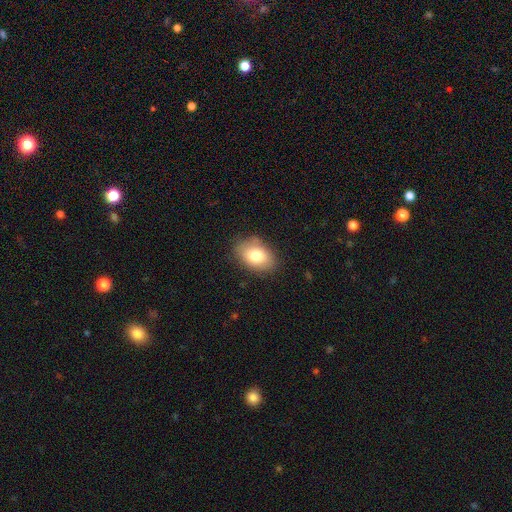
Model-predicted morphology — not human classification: A smooth galaxy with no disk features (80%) that is in between round and cigar-shaped (85%). Merging: none (79%).